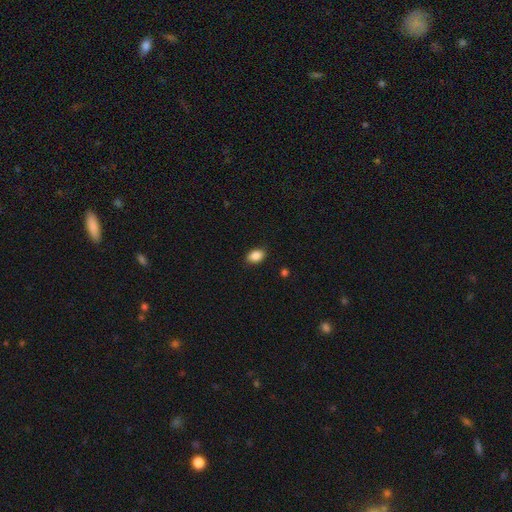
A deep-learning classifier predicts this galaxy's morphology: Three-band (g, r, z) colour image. It shows a smooth galaxy with no disk features (88%) that is in between round and cigar-shaped (83%). Merging: none (88%).